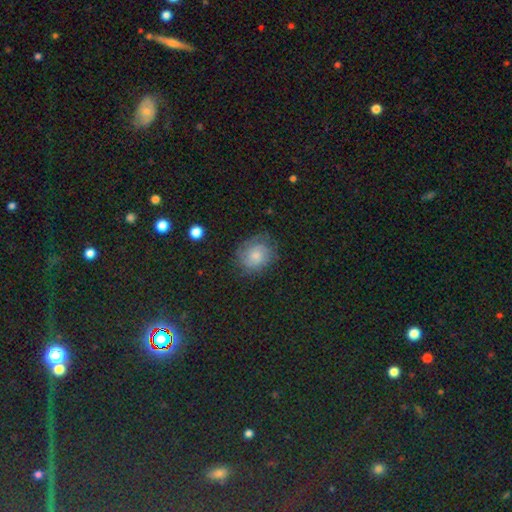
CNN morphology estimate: Overall: smooth (50%; featured or disk 34%). Merging: none (70%).